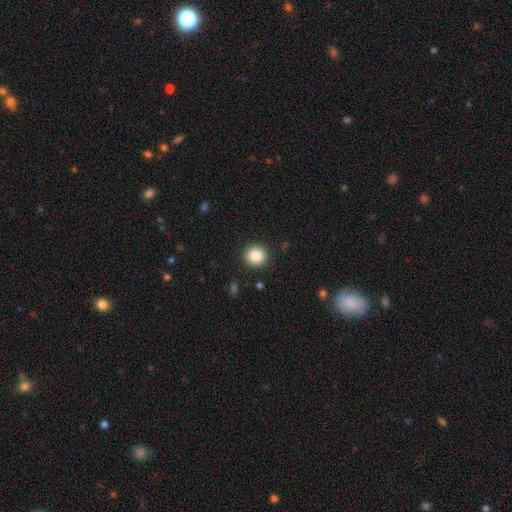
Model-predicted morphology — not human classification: A smooth galaxy with no disk features (85%) that is round (90%). Merging: none (91%).